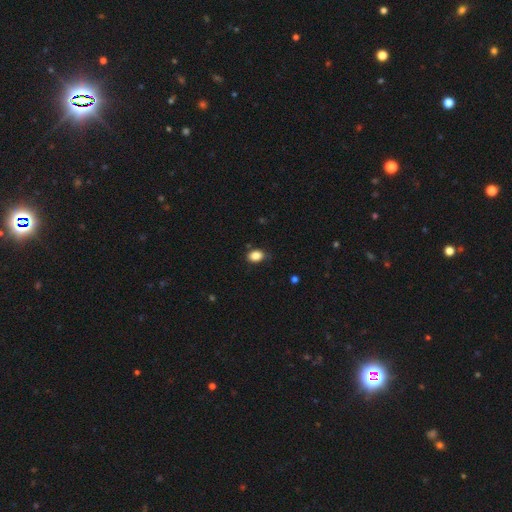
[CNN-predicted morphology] smooth 86%, star or artifact 9%, featured or disk 4%. Down the decision tree: how rounded — in between (72%); merging — none (79%).